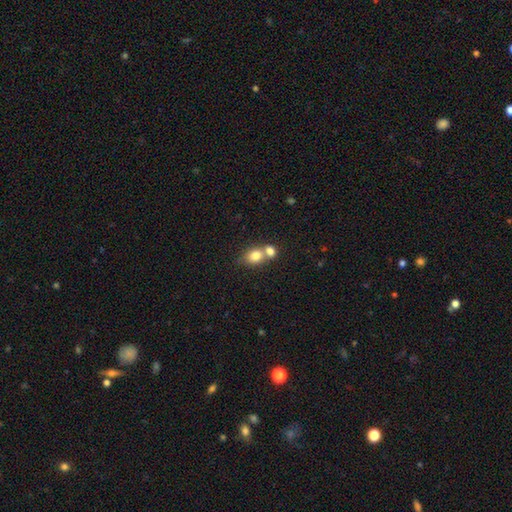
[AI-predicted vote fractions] smooth_or_featured: smooth (p=0.79) [alt: featured or disk p=0.11]
how_rounded: round (p=0.55) [alt: in between p=0.43]
merging: merger (p=0.55) [alt: none p=0.34]